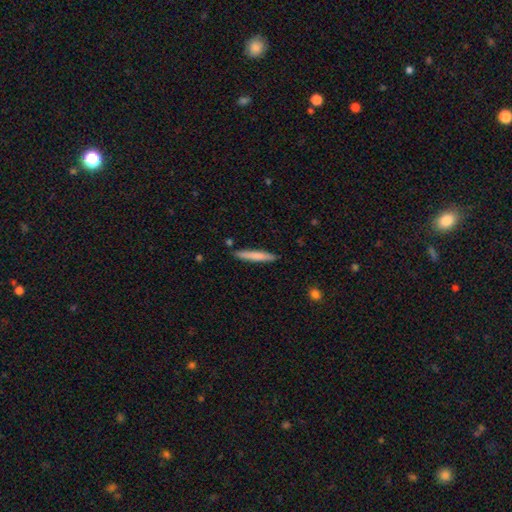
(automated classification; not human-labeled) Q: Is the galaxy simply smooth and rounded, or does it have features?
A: smooth — 76%.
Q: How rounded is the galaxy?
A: cigar-shaped — 95%.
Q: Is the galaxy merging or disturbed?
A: none — 89%.